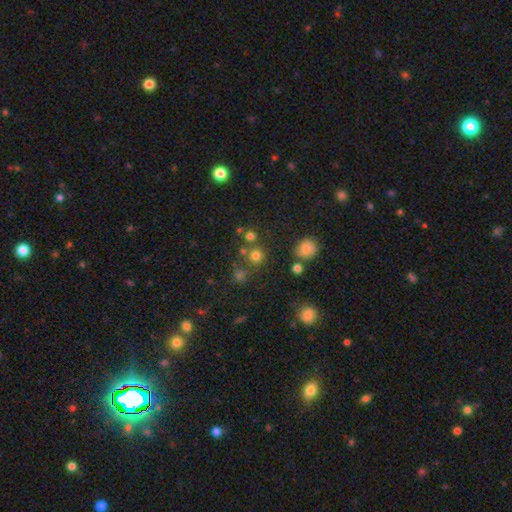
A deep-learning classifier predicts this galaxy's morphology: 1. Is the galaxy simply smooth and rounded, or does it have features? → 72% smooth, 21% star or artifact, 8% featured or disk.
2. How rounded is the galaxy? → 90% round, 9% in between, 1% cigar-shaped.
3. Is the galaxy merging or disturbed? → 72% none, 15% merger, 9% minor disturbance, 4% major disturbance.